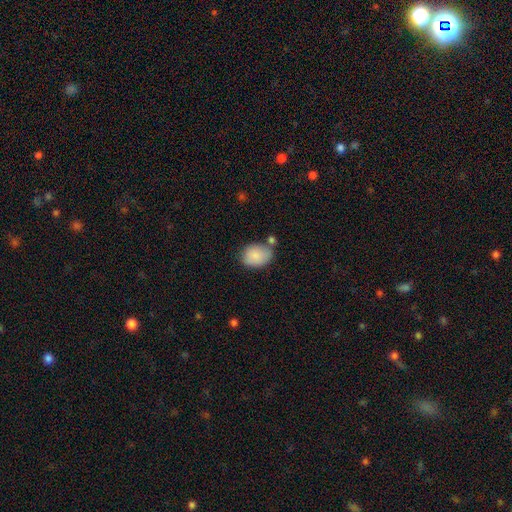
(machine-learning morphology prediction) Smooth or featured: smooth — 86% (featured or disk — 7%)
How rounded: in between — 72% (round — 27%)
Merging: none — 59% (minor disturbance — 22%)